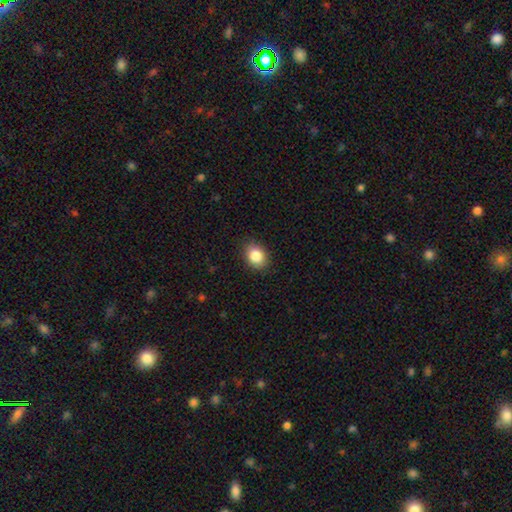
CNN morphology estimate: Q: Smooth or featured?
A: smooth (85%); runner-up: star or artifact (9%)
Q: How rounded?
A: in between (55%); runner-up: round (44%)
Q: Merging?
A: none (87%); runner-up: minor disturbance (10%)